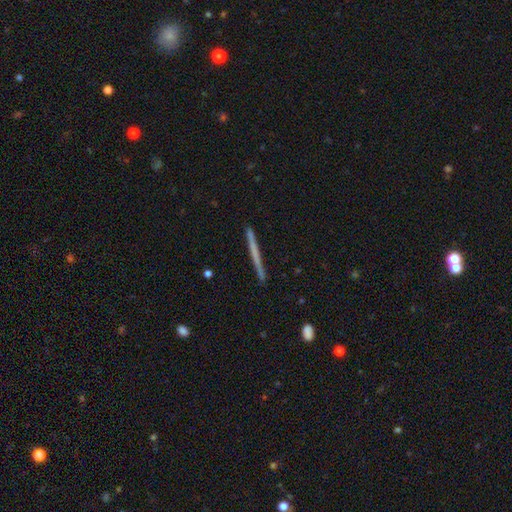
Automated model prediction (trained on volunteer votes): Q: Smooth or featured?
A: featured or disk (49%); runner-up: smooth (45%)
Q: Merging?
A: none (91%); runner-up: minor disturbance (6%)